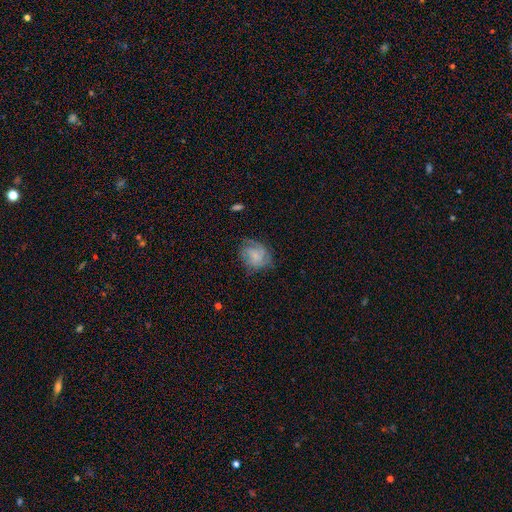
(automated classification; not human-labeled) Smooth or featured: featured or disk — 57% (smooth — 34%)
Edge-on disk: no — 98% (yes — 2%)
Bar: no — 70% (weak — 26%)
Spiral arms: yes — 86% (no — 14%)
Bulge size: small — 59% (none — 21%)
Merging: none — 64% (minor disturbance — 22%)